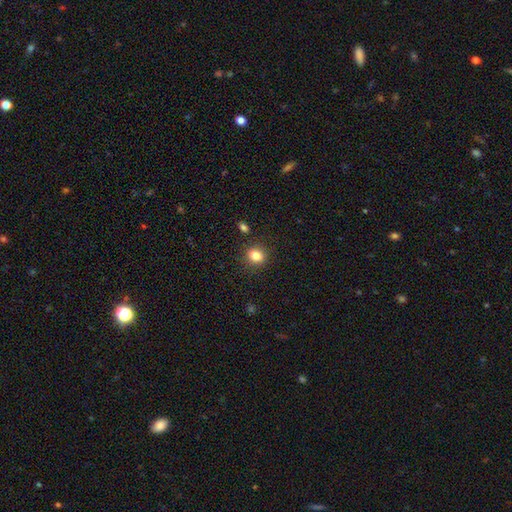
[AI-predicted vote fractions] Smooth or featured? Predicted: smooth (p=0.83). How rounded? Predicted: round (p=0.58). Merging? Predicted: none (p=0.87).